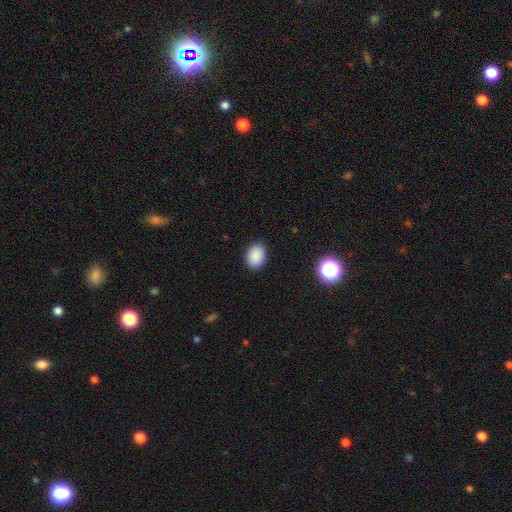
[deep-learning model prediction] Smooth or featured? smooth (88%)
How rounded? in between (72%)
Merging? none (89%)